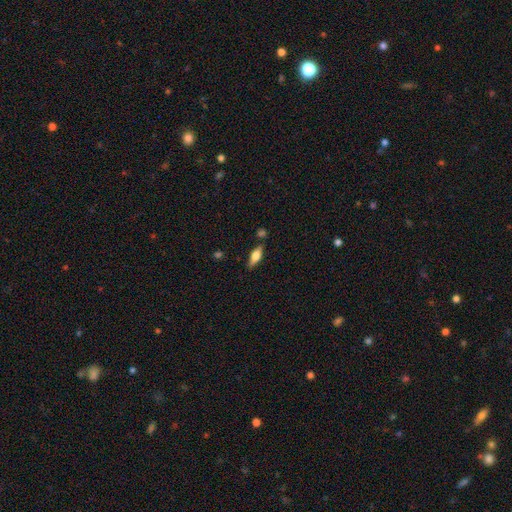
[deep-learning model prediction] The model was most divided on "smooth or featured": smooth: 57%, featured or disk: 36%, star or artifact: 7%. More confident: merging — none (76%); how rounded — in between (61%).